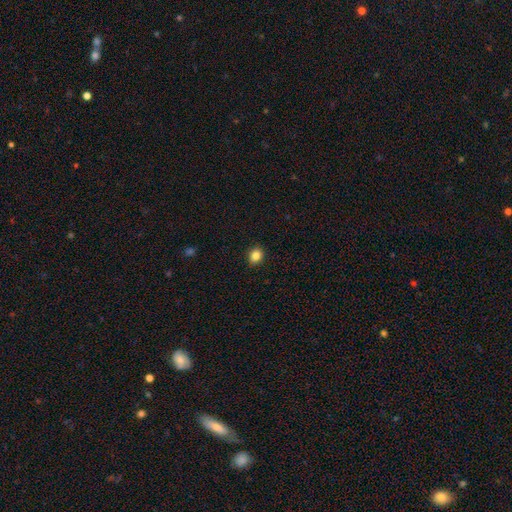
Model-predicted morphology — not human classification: Smooth or featured: smooth — 84% (star or artifact — 11%)
How rounded: round — 64% (in between — 35%)
Merging: none — 91% (minor disturbance — 6%)